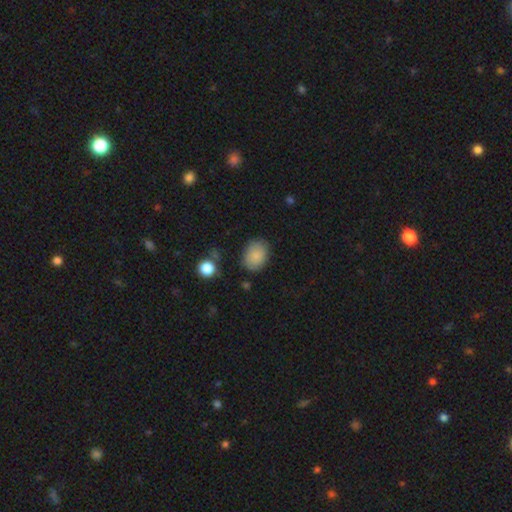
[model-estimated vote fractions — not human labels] smooth 85%, star or artifact 8%, featured or disk 6%. Down the decision tree: how rounded — in between (66%); merging — none (79%).